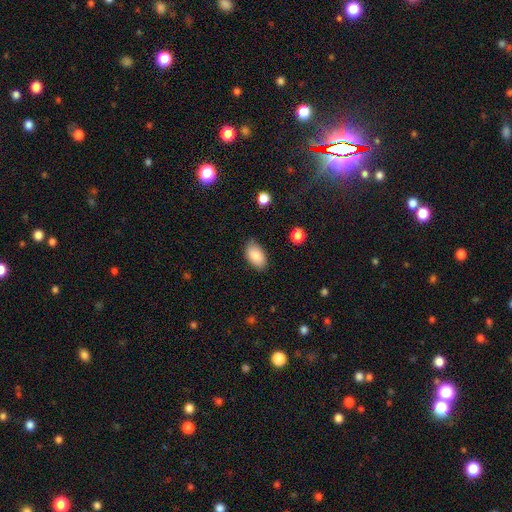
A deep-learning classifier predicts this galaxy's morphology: smooth-or-featured: smooth: 86% | featured or disk: 7% | star or artifact: 7%
  how-rounded: in between: 94% | round: 4% | cigar-shaped: 2%
  merging: none: 80% | minor disturbance: 16% | major disturbance: 3% | merger: 1%